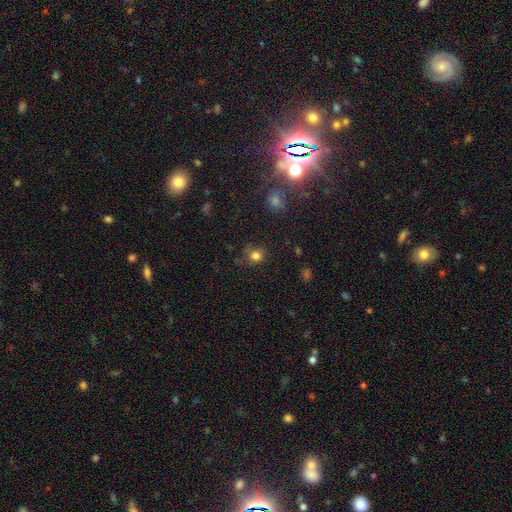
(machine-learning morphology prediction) Overall: smooth (78%). How rounded: round (82%). Merging: none (69%).